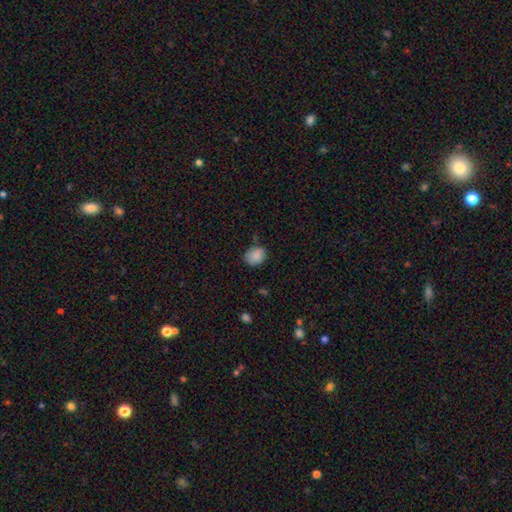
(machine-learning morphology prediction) The model was most divided on "how rounded": round: 58%, in between: 41%, cigar-shaped: 1%. More confident: smooth or featured — smooth (86%); merging — none (70%).